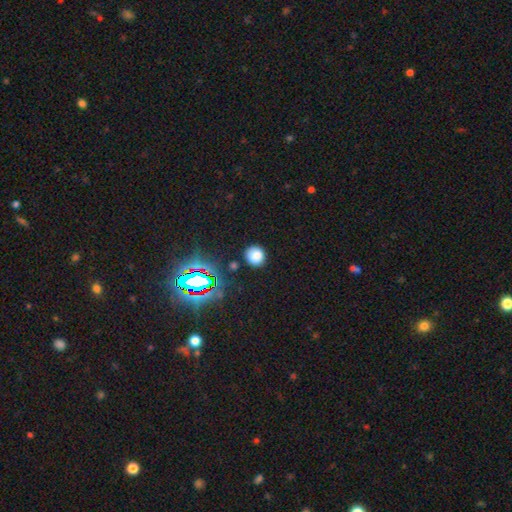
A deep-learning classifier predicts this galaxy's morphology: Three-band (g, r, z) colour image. It shows a smooth galaxy with no disk features (77%) that is round (86%). Merging: none (84%).